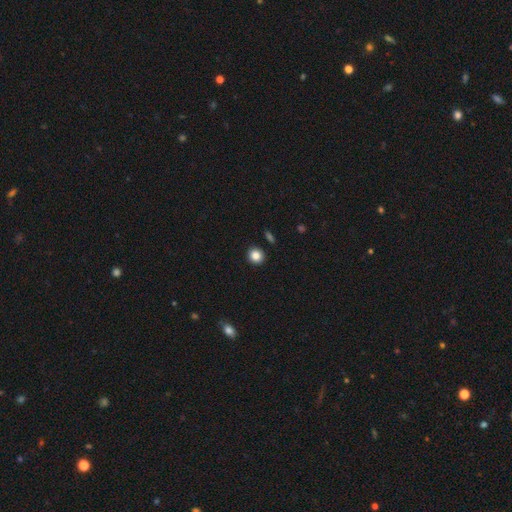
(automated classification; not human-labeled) smooth_or_featured: smooth (p=0.85) [alt: star or artifact p=0.10]
how_rounded: round (p=0.85) [alt: in between p=0.14]
merging: none (p=0.91) [alt: minor disturbance p=0.06]